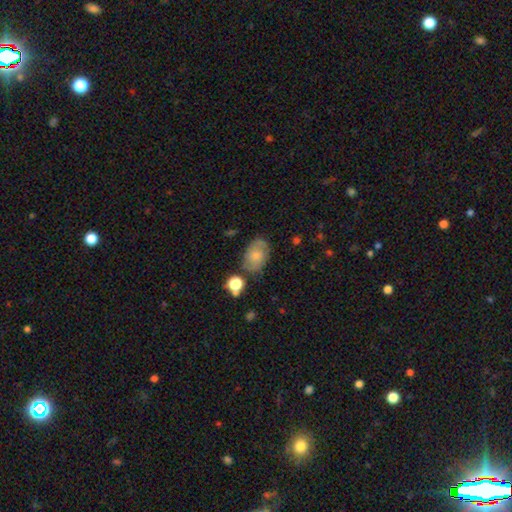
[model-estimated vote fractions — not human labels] A smooth galaxy with no disk features (56%) that is in between round and cigar-shaped (77%). Merging: none (68%).